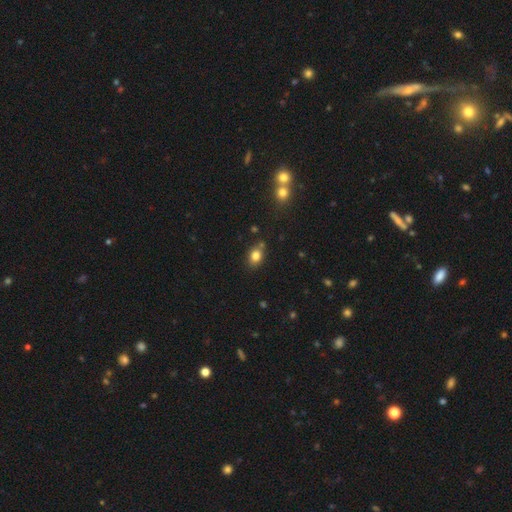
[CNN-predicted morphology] A smooth galaxy with no disk features (81%) that is in between round and cigar-shaped (63%). Merging: none (73%).